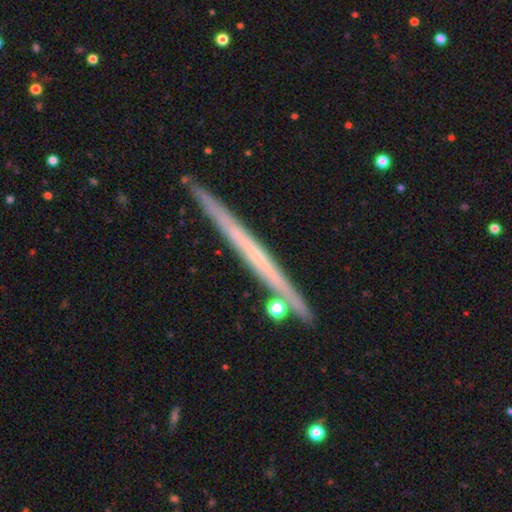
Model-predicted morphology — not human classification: A featured or disk galaxy (63%) viewed edge-on (97%) with no central bulge (87%).

Vote fractions:
- Smooth or featured? featured or disk: 63% / smooth: 30% / star or artifact: 7%
- Edge-on disk? yes: 97% / no: 3%
- Edge-on bulge? none: 87% / rounded: 10% / boxy: 3%
- Merging? none: 87% / minor disturbance: 8% / merger: 3% / major disturbance: 1%